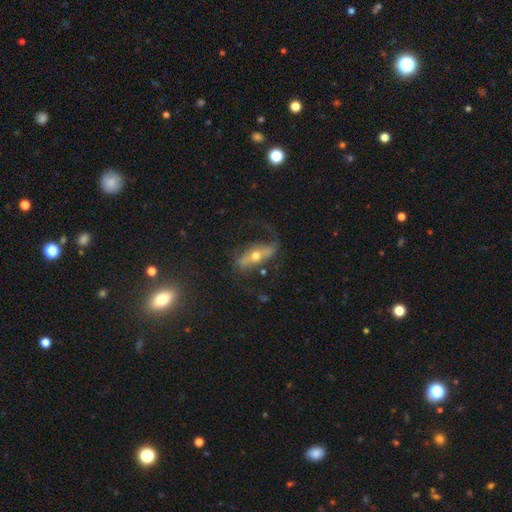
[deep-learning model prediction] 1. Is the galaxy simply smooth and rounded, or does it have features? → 68% featured or disk, 24% smooth, 8% star or artifact.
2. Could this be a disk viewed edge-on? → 67% no, 33% yes.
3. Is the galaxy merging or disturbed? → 50% none, 26% major disturbance, 20% minor disturbance, 4% merger.